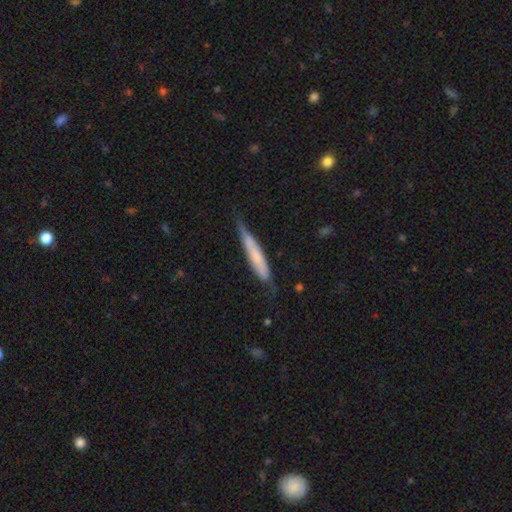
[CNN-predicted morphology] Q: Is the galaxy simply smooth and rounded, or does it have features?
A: smooth — 56%.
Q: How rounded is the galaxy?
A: cigar-shaped — 92%.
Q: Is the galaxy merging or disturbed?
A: none — 56%.